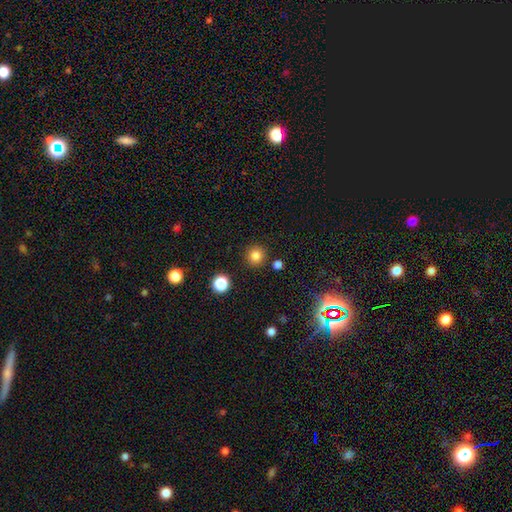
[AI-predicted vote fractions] A smooth galaxy with no disk features (82%) that is round (95%).

Vote fractions:
- Smooth or featured? smooth: 82% / star or artifact: 14% / featured or disk: 5%
- How rounded? round: 95% / in between: 4% / cigar-shaped: 1%
- Merging? none: 89% / minor disturbance: 6% / merger: 3% / major disturbance: 2%